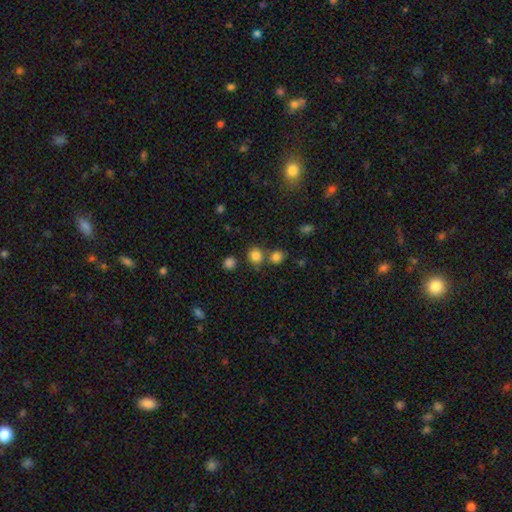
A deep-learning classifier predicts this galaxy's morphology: Q: Smooth or featured?
A: smooth (81%); runner-up: star or artifact (14%)
Q: How rounded?
A: round (86%); runner-up: in between (13%)
Q: Merging?
A: none (68%); runner-up: merger (20%)